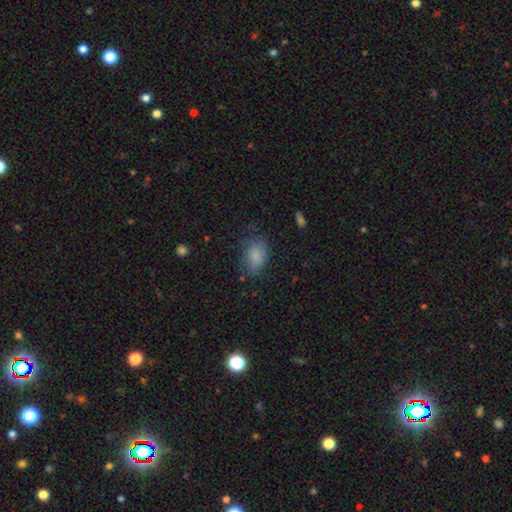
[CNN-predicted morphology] This appears to be a smooth galaxy with no disk features (82%) that is in between round and cigar-shaped (81%). Merging: none (62%).